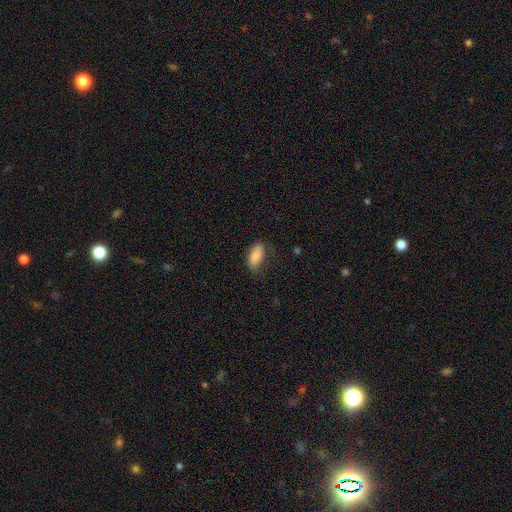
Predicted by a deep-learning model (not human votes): smooth-or-featured: smooth: 87% | star or artifact: 7% | featured or disk: 7%
  how-rounded: in between: 87% | cigar-shaped: 10% | round: 2%
  merging: none: 68% | minor disturbance: 24% | major disturbance: 6% | merger: 1%